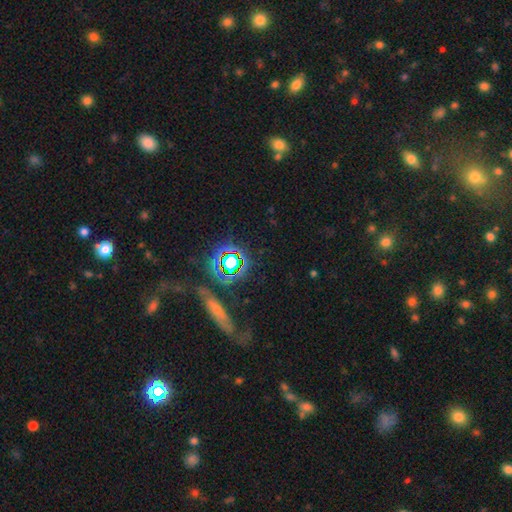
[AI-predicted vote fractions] star or artifact 55%, smooth 26%, featured or disk 19%.